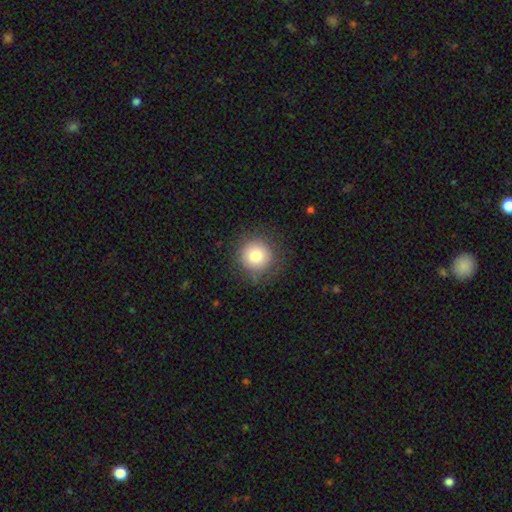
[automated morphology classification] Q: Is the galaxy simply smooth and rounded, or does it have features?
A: smooth — 80%.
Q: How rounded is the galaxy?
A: round — 94%.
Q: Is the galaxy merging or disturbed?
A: none — 82%.